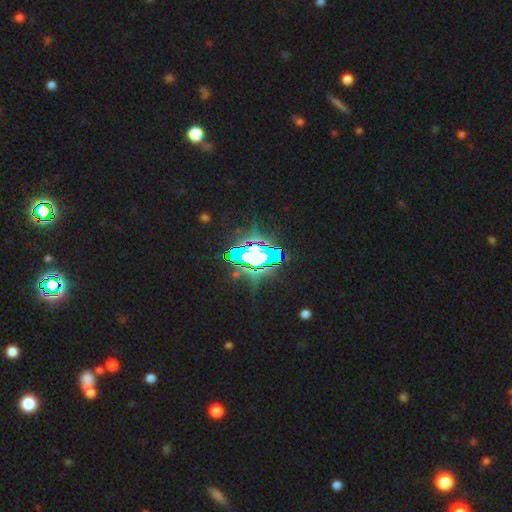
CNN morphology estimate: Smooth or featured: star or artifact — 63% (featured or disk — 20%)